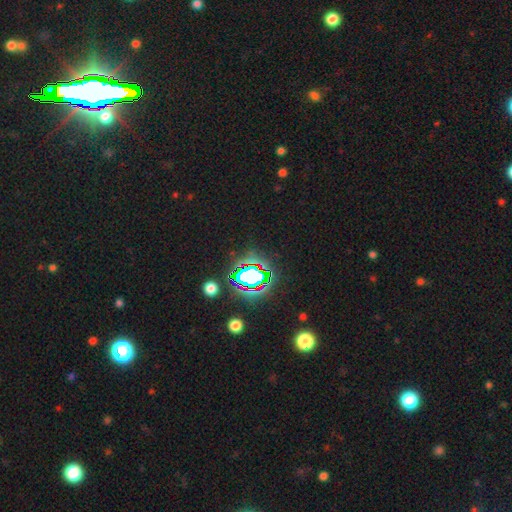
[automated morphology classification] smooth_or_featured: star or artifact (p=0.78) [alt: smooth p=0.14]